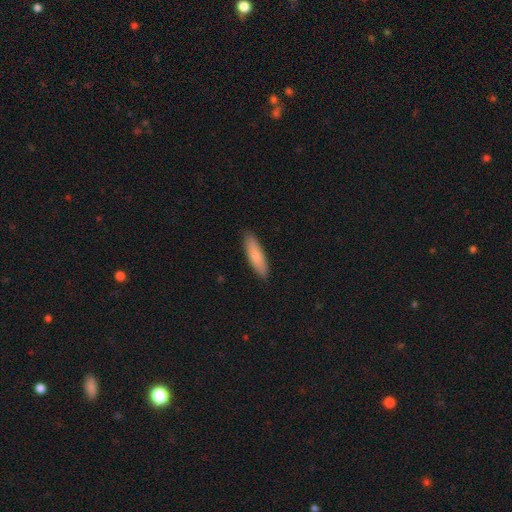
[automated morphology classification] This appears to be a smooth galaxy with no disk features (79%) that is cigar-shaped (65%). Merging: none (89%).